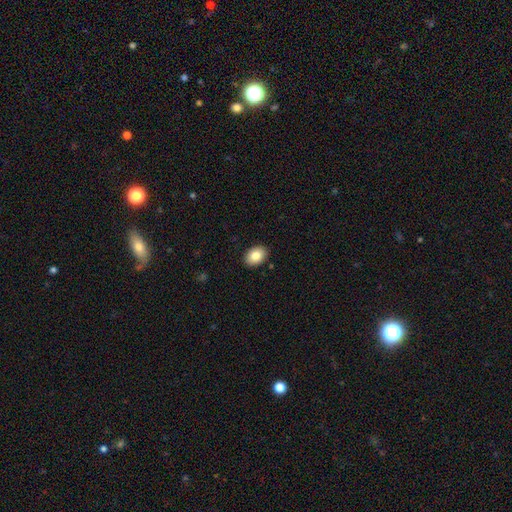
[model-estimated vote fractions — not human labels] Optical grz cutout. It shows a smooth galaxy with no disk features (84%) that is in between round and cigar-shaped (78%). Merging: none (90%).